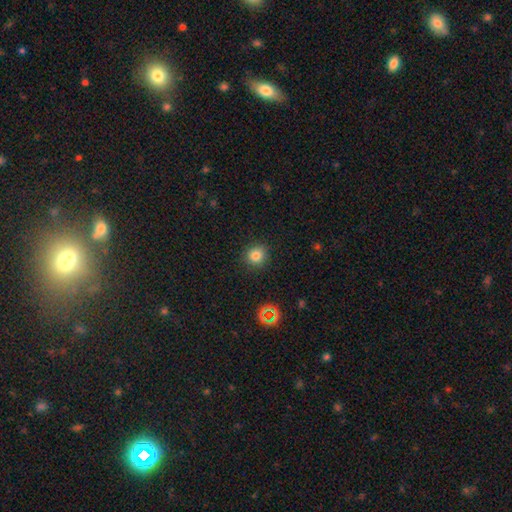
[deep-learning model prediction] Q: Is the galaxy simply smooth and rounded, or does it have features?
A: smooth — 79%.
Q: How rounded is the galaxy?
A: round — 90%.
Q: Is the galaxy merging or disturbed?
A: none — 89%.